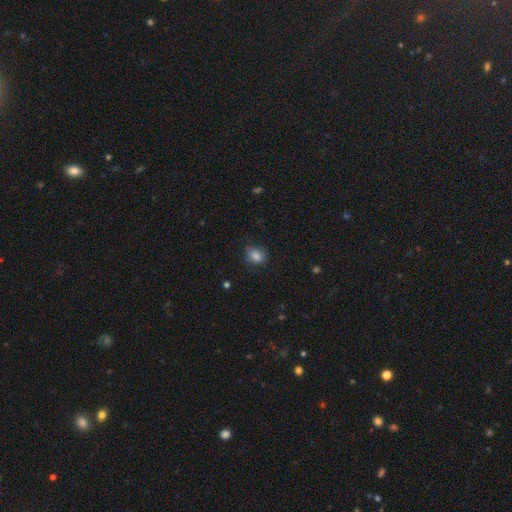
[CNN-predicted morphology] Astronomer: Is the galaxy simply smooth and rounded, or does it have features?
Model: smooth — 83%.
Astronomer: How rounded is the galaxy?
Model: in between — 51% (runner-up: round, 48%).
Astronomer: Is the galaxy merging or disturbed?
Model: none — 68%.